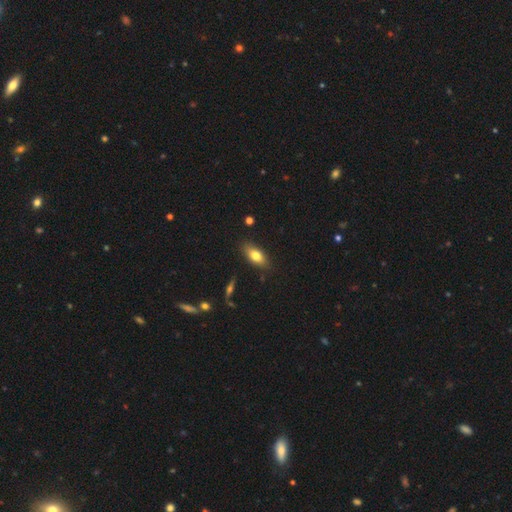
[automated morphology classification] A smooth galaxy with no disk features (77%) that is in between round and cigar-shaped (85%).

Vote fractions:
- Smooth or featured? smooth: 77% / featured or disk: 16% / star or artifact: 7%
- How rounded? in between: 85% / cigar-shaped: 11% / round: 4%
- Merging? none: 83% / minor disturbance: 13% / major disturbance: 3% / merger: 2%